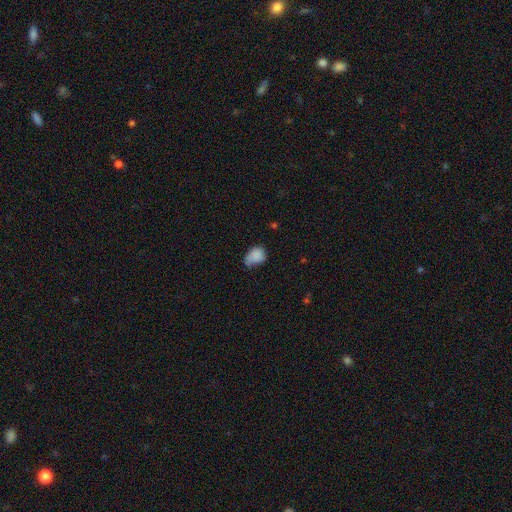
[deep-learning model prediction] Smooth or featured? smooth (79%)
How rounded? in between (69%)
Merging? minor disturbance (43%)